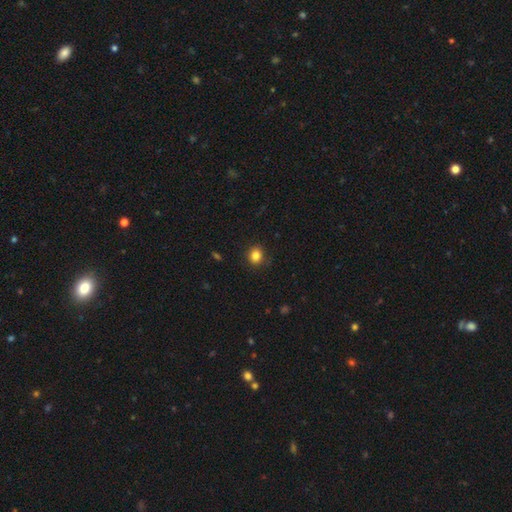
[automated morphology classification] Smooth or featured? smooth (83%)
How rounded? round (75%)
Merging? none (87%)